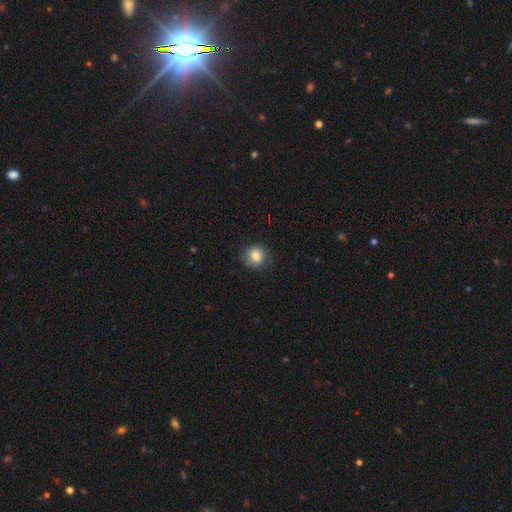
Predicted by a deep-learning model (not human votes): Q: Smooth or featured?
A: smooth (84%); runner-up: star or artifact (9%)
Q: How rounded?
A: round (83%); runner-up: in between (16%)
Q: Merging?
A: none (82%); runner-up: minor disturbance (13%)